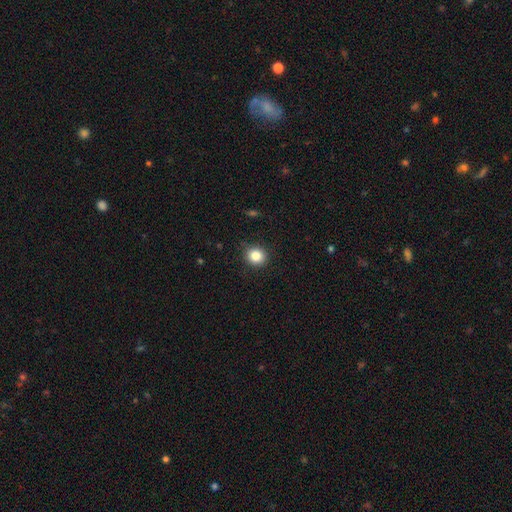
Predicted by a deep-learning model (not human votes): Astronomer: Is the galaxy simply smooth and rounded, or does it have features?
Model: smooth — 84%.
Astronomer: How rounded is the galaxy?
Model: round — 83%.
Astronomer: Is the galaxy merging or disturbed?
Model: none — 88%.